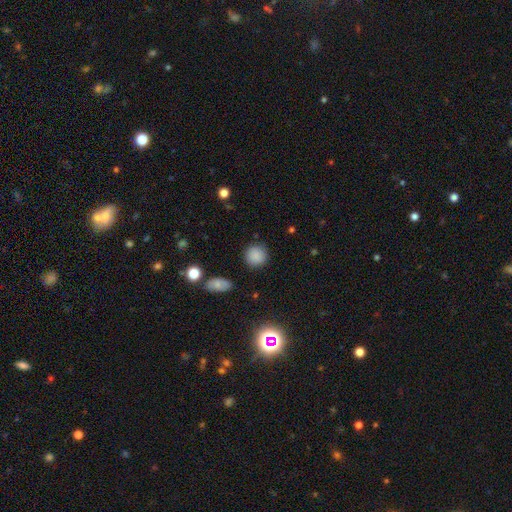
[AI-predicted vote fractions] smooth-or-featured: smooth: 85% | star or artifact: 10% | featured or disk: 5%
  how-rounded: round: 91% | in between: 8% | cigar-shaped: 1%
  merging: none: 87% | minor disturbance: 8% | major disturbance: 3% | merger: 2%